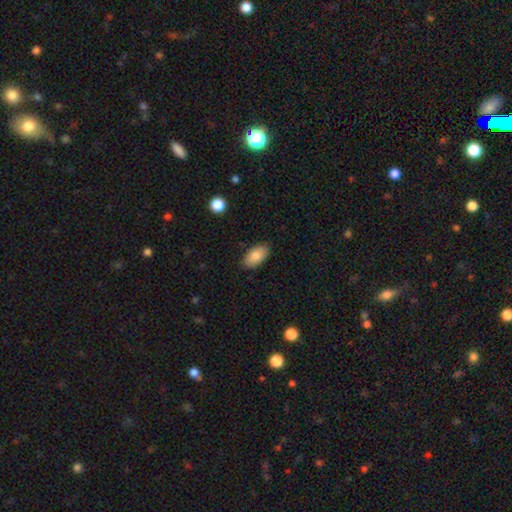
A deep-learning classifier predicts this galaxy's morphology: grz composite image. It shows a smooth galaxy with no disk features (83%) that is in between round and cigar-shaped (94%). Merging: none (86%).